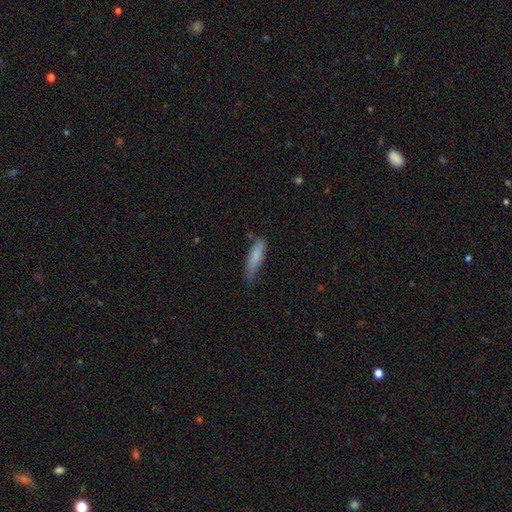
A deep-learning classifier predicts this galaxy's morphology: Overall: smooth (81%). How rounded: cigar-shaped (56%; in between 43%). Merging: none (51%; minor disturbance 38%).